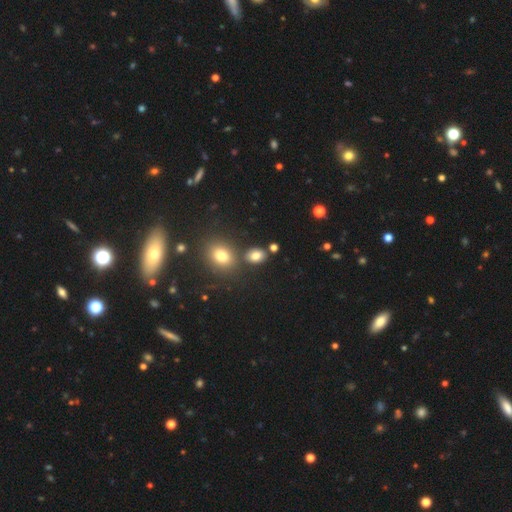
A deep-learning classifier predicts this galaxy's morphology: Smooth or featured: smooth — 79% (star or artifact — 13%)
How rounded: in between — 69% (round — 30%)
Merging: none — 75% (merger — 11%)